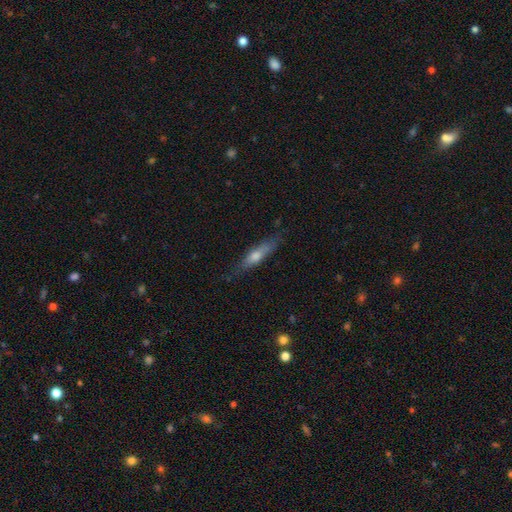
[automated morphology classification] Smooth or featured: smooth — 49% (featured or disk — 43%)
Merging: none — 74% (minor disturbance — 20%)